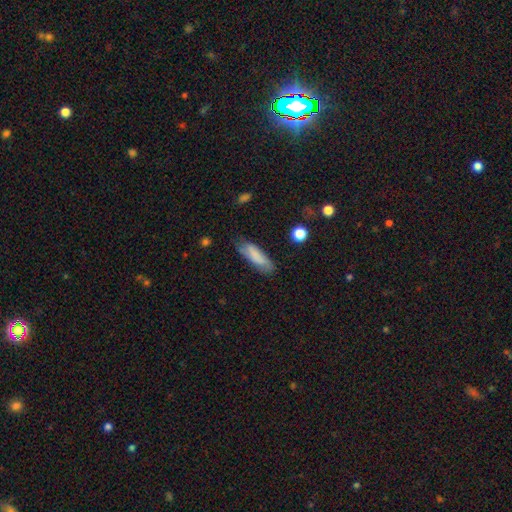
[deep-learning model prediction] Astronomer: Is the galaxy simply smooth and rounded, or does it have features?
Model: smooth — 78%.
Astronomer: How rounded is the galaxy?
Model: cigar-shaped — 54% (runner-up: in between, 44%).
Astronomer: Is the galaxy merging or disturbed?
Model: none — 71%.